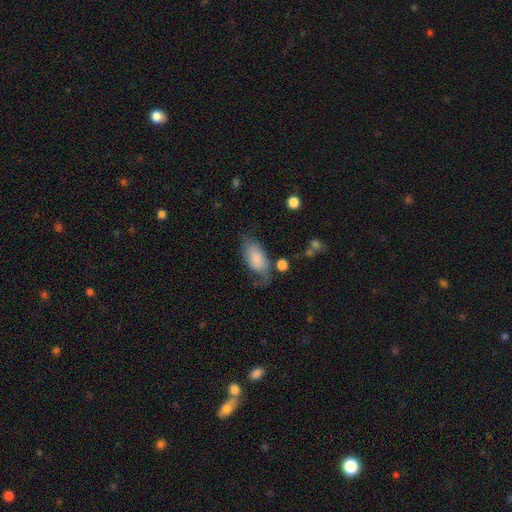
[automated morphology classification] Overall: smooth (72%). How rounded: in between (91%). Merging: none (54%; minor disturbance 28%).